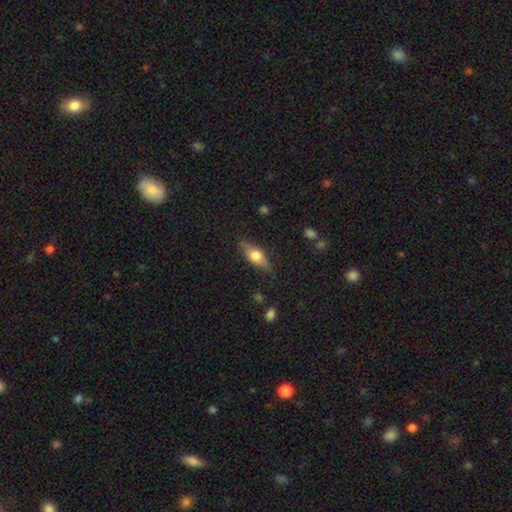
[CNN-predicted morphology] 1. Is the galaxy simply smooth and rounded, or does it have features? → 59% smooth, 34% featured or disk, 7% star or artifact.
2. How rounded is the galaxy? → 72% in between, 22% cigar-shaped, 6% round.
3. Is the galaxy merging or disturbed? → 78% none, 17% minor disturbance, 4% major disturbance, 1% merger.